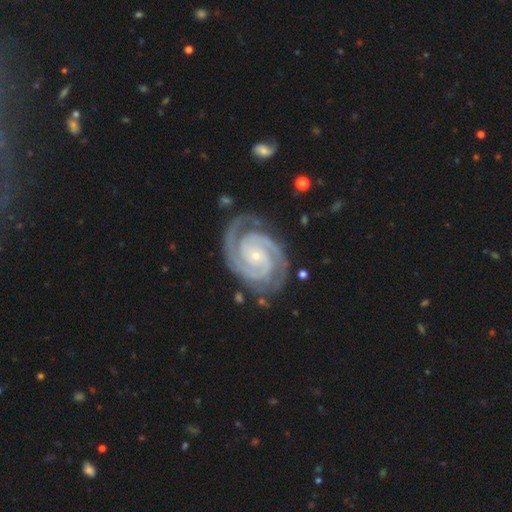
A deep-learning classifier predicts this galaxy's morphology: smooth_or_featured: featured or disk (p=0.94) [alt: star or artifact p=0.04]
disk_edge_on: no (p=0.98) [alt: yes p=0.02]
bar: no (p=0.66) [alt: weak p=0.22]
has_spiral_arms: yes (p=0.99) [alt: no p=0.01]
spiral_winding: tight (p=0.77) [alt: medium p=0.21]
spiral_arm_count: 2 (p=0.79) [alt: 3 p=0.11]
bulge_size: small (p=0.84) [alt: moderate p=0.12]
merging: none (p=0.77) [alt: minor disturbance p=0.16]